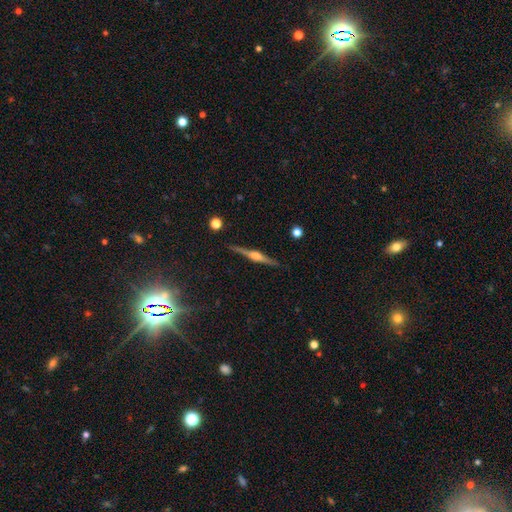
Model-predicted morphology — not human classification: smooth-or-featured: featured or disk: 81% | smooth: 13% | star or artifact: 7%
  disk-edge-on: yes: 98% | no: 2%
    edge-on-bulge: rounded: 83% | boxy: 12% | none: 4%
  merging: none: 89% | minor disturbance: 7% | major disturbance: 2% | merger: 1%